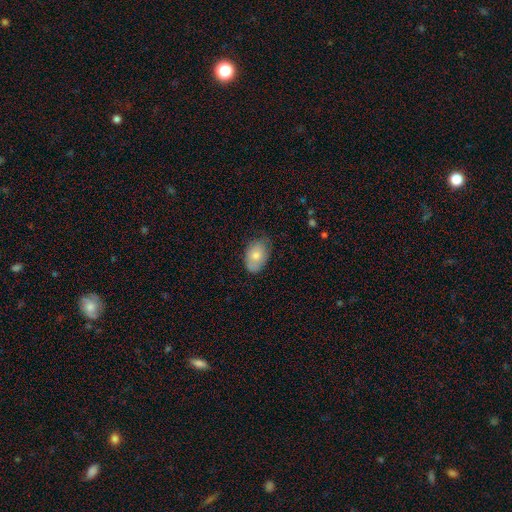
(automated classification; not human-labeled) A smooth galaxy with no disk features (76%) that is in between round and cigar-shaped (87%).

Vote fractions:
- Smooth or featured? smooth: 76% / featured or disk: 16% / star or artifact: 7%
- How rounded? in between: 87% / round: 12% / cigar-shaped: 1%
- Merging? none: 66% / minor disturbance: 27% / major disturbance: 5% / merger: 1%